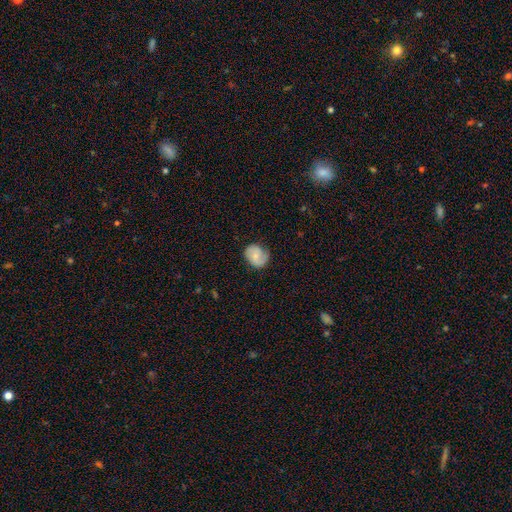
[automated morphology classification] A smooth galaxy with no disk features (51%) that is round (58%).

Vote fractions:
- Smooth or featured? smooth: 51% / featured or disk: 41% / star or artifact: 7%
- How rounded? round: 58% / in between: 41% / cigar-shaped: 1%
- Merging? none: 68% / minor disturbance: 24% / major disturbance: 7% / merger: 1%